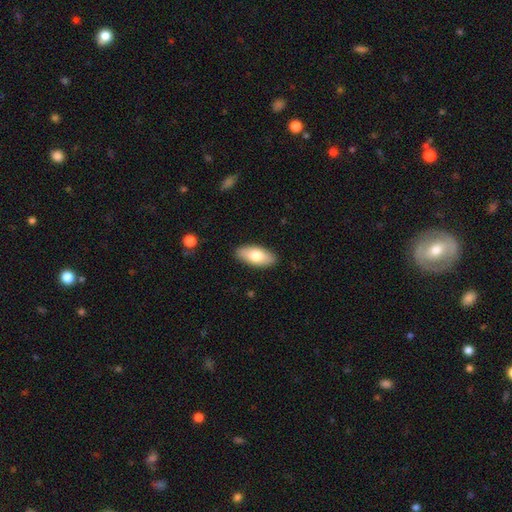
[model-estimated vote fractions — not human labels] smooth 76%, featured or disk 18%, star or artifact 6%. Down the decision tree: how rounded — in between (88%); merging — none (89%).